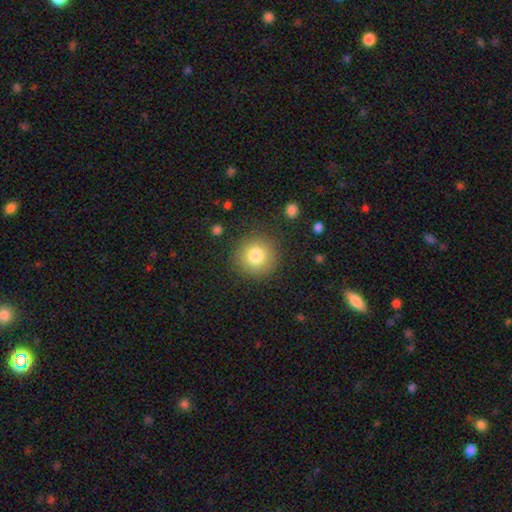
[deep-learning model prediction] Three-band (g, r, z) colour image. It shows a smooth galaxy with no disk features (81%) that is round (94%). Merging: none (86%).